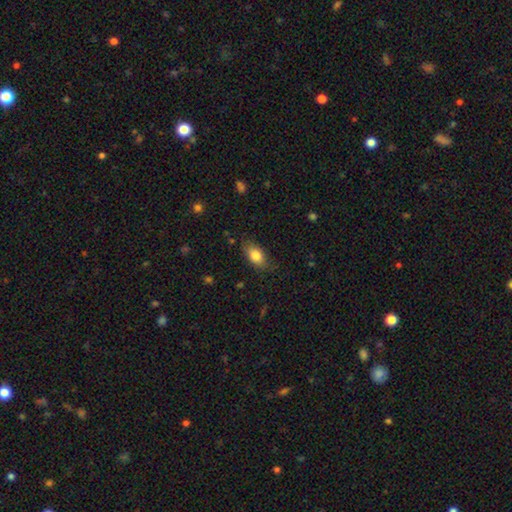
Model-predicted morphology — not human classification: This appears to be a smooth galaxy with no disk features (82%) that is in between round and cigar-shaped (89%). Merging: none (77%).